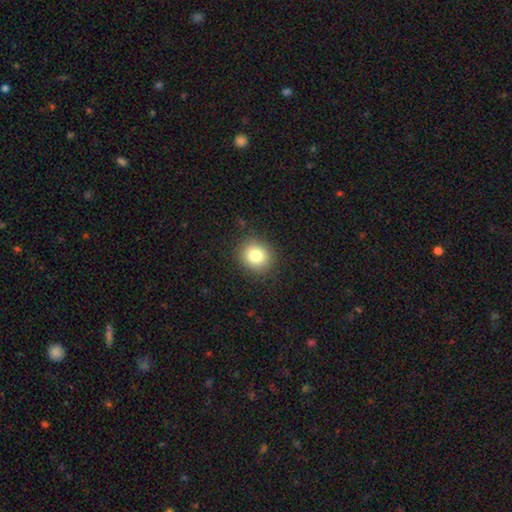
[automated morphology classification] Q: Smooth or featured?
A: smooth (81%); runner-up: star or artifact (11%)
Q: How rounded?
A: round (80%); runner-up: in between (19%)
Q: Merging?
A: none (89%); runner-up: minor disturbance (8%)